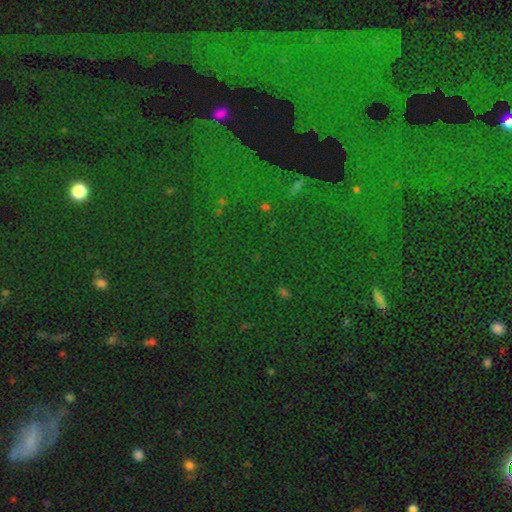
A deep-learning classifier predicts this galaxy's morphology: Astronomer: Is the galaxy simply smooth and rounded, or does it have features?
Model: star or artifact — 80%.